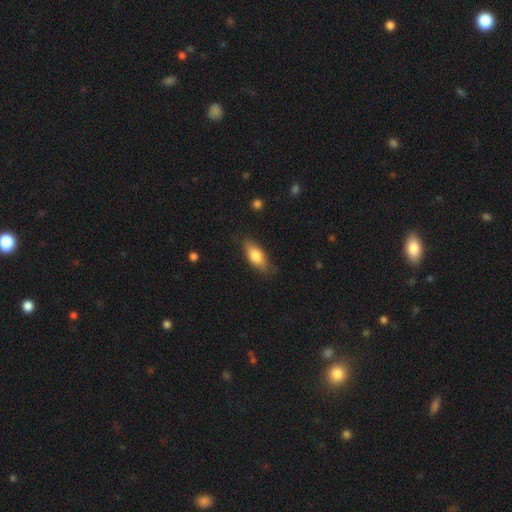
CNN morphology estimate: Smooth or featured? Predicted: smooth (p=0.74). How rounded? Predicted: in between (p=0.77). Merging? Predicted: none (p=0.78).